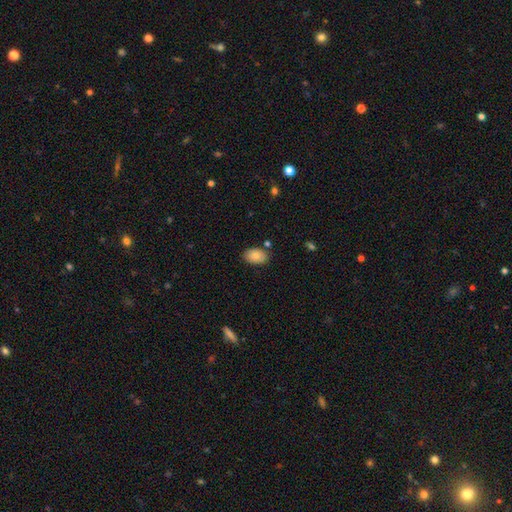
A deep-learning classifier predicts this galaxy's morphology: smooth_or_featured: smooth (p=0.81) [alt: featured or disk p=0.11]
how_rounded: in between (p=0.88) [alt: round p=0.11]
merging: none (p=0.82) [alt: minor disturbance p=0.12]